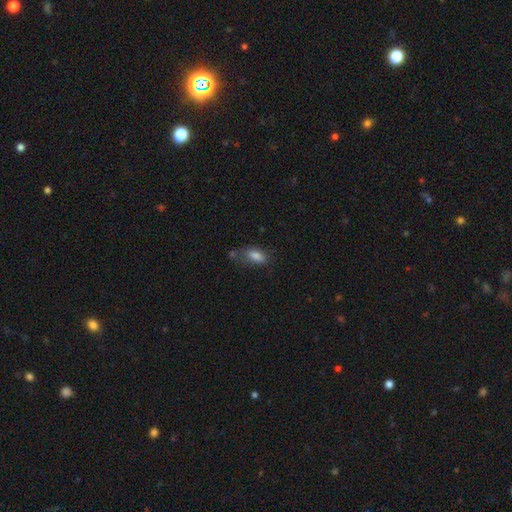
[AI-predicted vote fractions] Smooth or featured? smooth (81%)
How rounded? in between (85%)
Merging? none (52%)